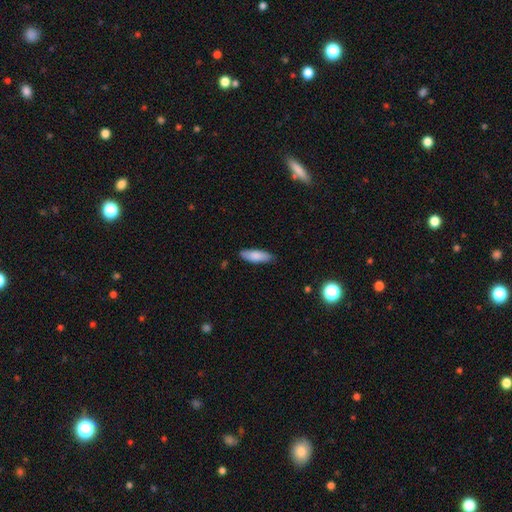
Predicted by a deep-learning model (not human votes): A smooth galaxy with no disk features (84%) that is in between round and cigar-shaped (58%). Merging: none (85%).